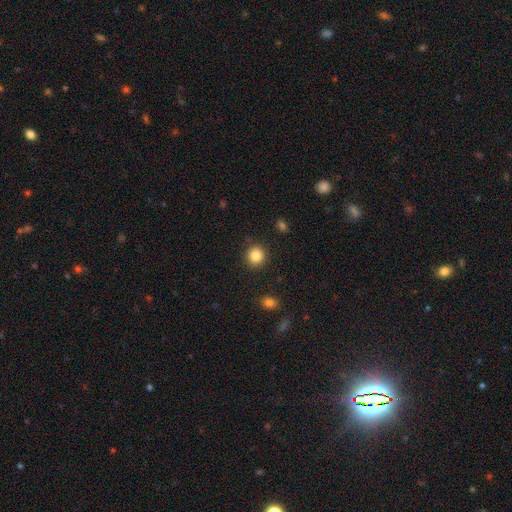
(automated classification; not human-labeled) smooth_or_featured: smooth (p=0.85) [alt: star or artifact p=0.10]
how_rounded: round (p=0.90) [alt: in between p=0.09]
merging: none (p=0.90) [alt: minor disturbance p=0.07]